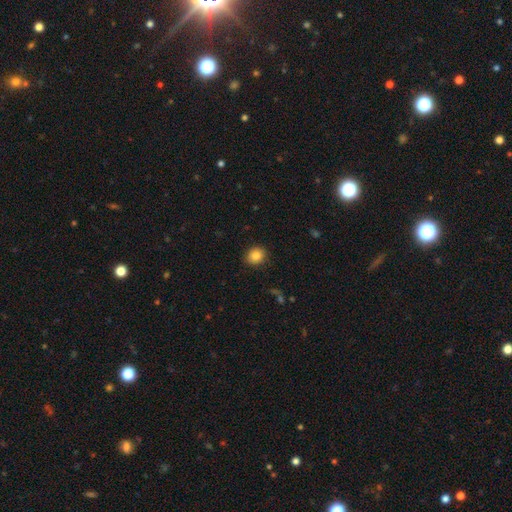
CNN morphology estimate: smooth 84%, star or artifact 10%, featured or disk 6%. Down the decision tree: how rounded — round (68%); merging — none (88%).